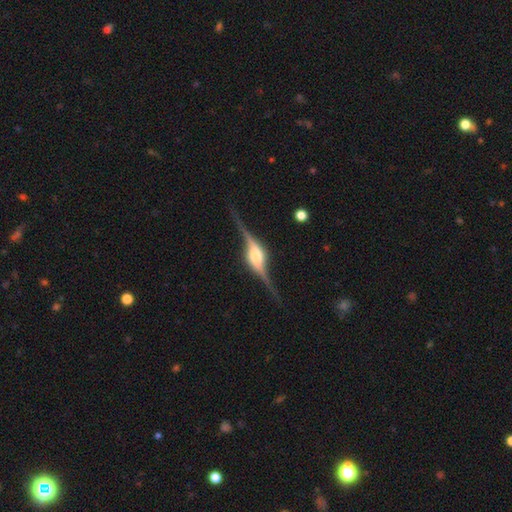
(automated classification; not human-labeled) Morphology: type=featured or disk (90%); edge-on=yes (92%); edge-on bulge=rounded (85%); merging=none (78%).